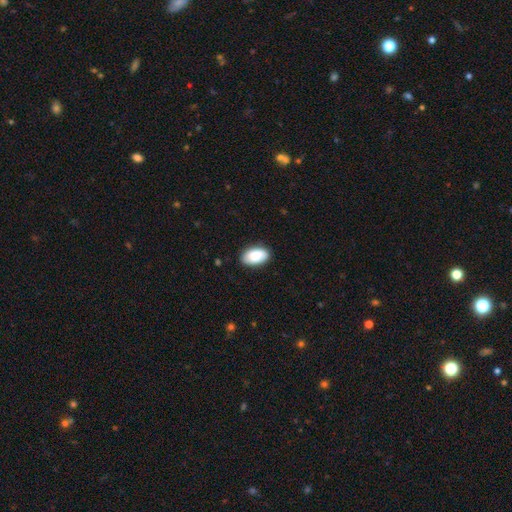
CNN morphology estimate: This is clearly a smooth galaxy (88%). How rounded: clearly in between (95%). Merging: clearly none (85%).